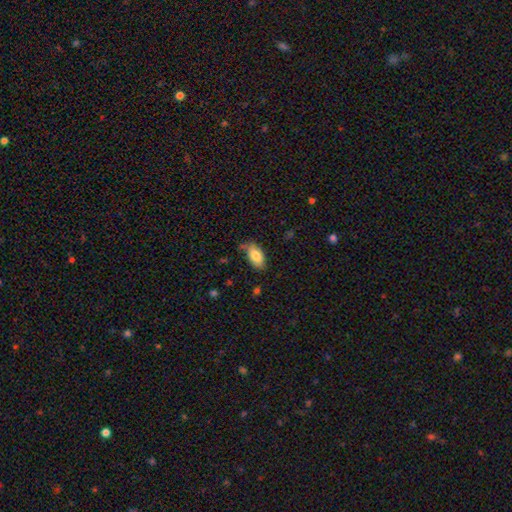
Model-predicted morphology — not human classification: A smooth galaxy with no disk features (83%) that is in between round and cigar-shaped (93%).

Vote fractions:
- Smooth or featured? smooth: 83% / featured or disk: 10% / star or artifact: 7%
- How rounded? in between: 93% / cigar-shaped: 4% / round: 3%
- Merging? none: 68% / minor disturbance: 23% / major disturbance: 5% / merger: 4%